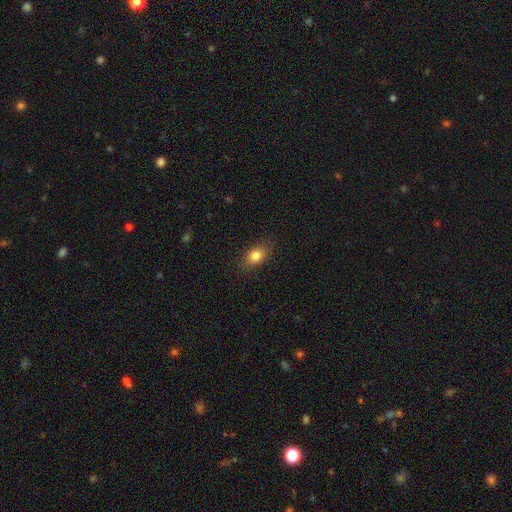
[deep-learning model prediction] Smooth or featured? Predicted: smooth (p=0.82). How rounded? Predicted: in between (p=0.73). Merging? Predicted: none (p=0.85).